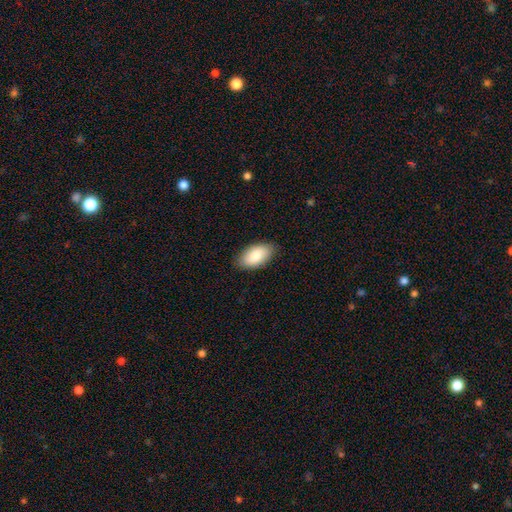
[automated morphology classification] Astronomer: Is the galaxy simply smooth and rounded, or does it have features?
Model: smooth — 84%.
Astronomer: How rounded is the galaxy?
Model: in between — 95%.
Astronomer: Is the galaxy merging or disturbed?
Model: none — 86%.